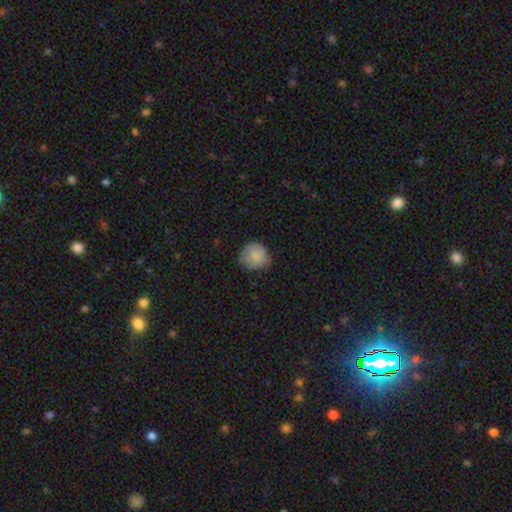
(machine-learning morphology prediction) This appears to be a smooth galaxy with no disk features (82%) that is round (80%). Merging: none (63%).